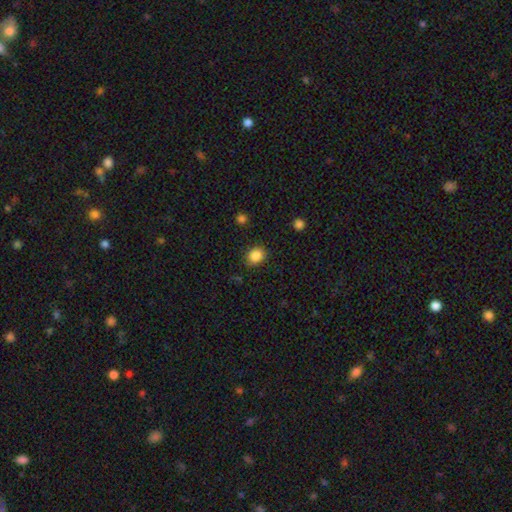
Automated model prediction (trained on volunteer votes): Morphology: type=smooth (86%); roundness=round (67%); merging=none (86%).